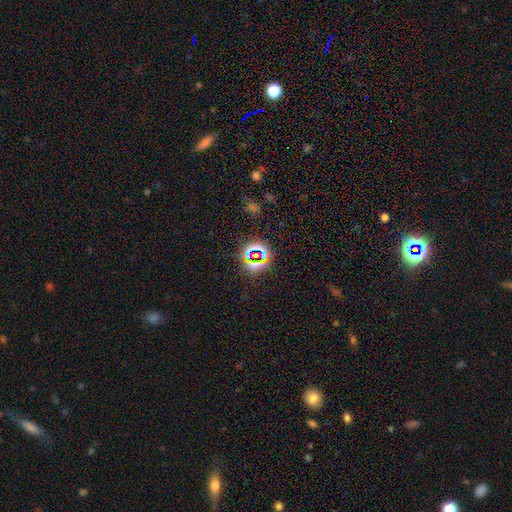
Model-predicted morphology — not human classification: Q: Smooth or featured?
A: star or artifact (70%); runner-up: smooth (21%)